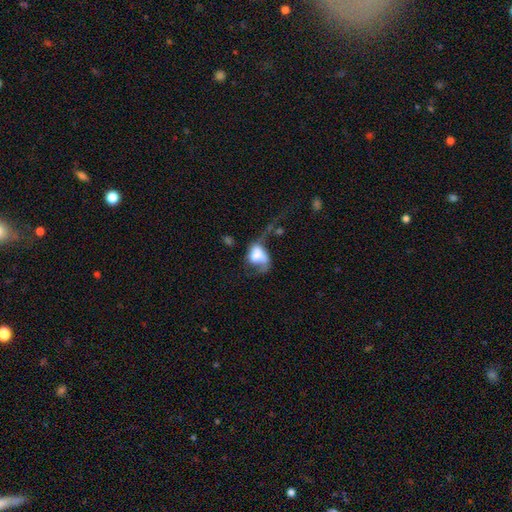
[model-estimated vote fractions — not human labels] Smooth or featured?
  - smooth: 50% *
  - featured or disk: 41%
  - star or artifact: 10%
Merging?
  - major disturbance: 52% *
  - none: 18%
  - minor disturbance: 17%
  - merger: 14%